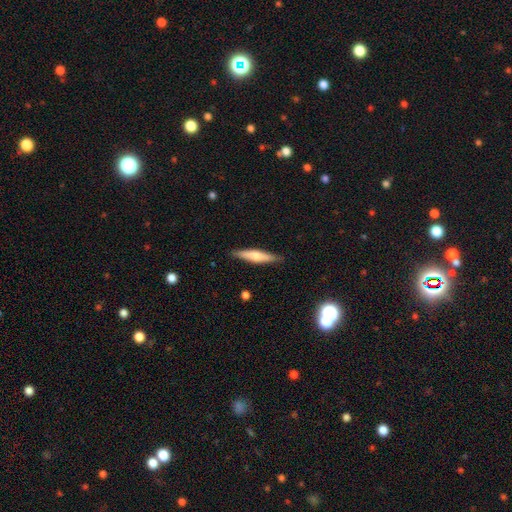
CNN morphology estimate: Smooth or featured?
  - smooth: 57% *
  - featured or disk: 38%
  - star or artifact: 6%
How rounded?
  - cigar-shaped: 84% *
  - in between: 14%
  - round: 2%
Merging?
  - none: 87% *
  - minor disturbance: 10%
  - major disturbance: 2%
  - merger: 1%